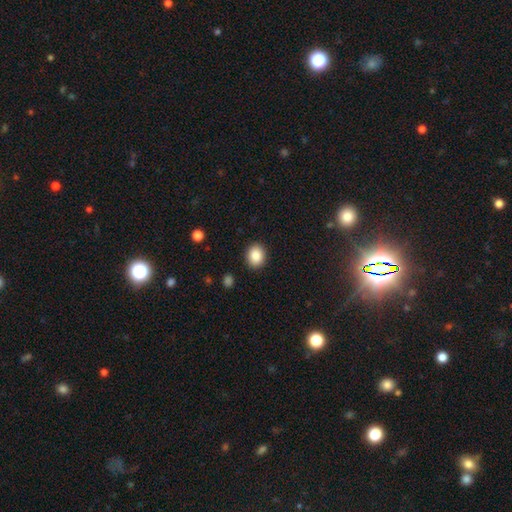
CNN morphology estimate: This appears to be a smooth galaxy with no disk features (87%) that is round (58%). Merging: none (90%).